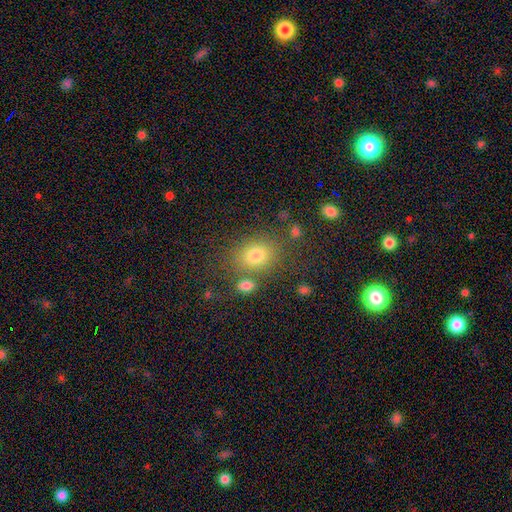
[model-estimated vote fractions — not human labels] This appears to be a smooth galaxy with no disk features (75%) that is in between round and cigar-shaped (54%). Merging: none (71%).